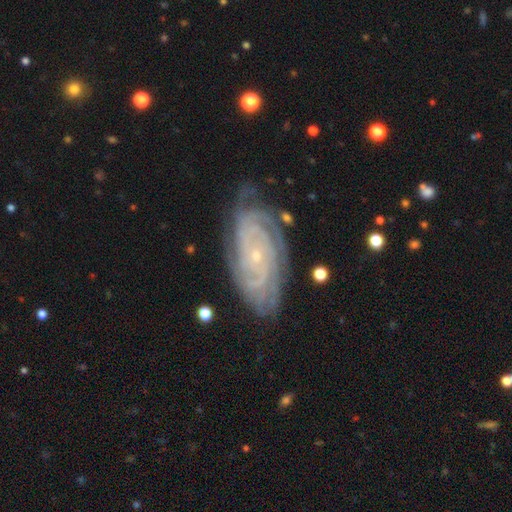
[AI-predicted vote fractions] Smooth or featured? Predicted: featured or disk (p=0.88). Edge-on disk? Predicted: no (p=0.95). Bar? Predicted: no (p=0.78). Spiral arms? Predicted: yes (p=0.98). Spiral winding? Predicted: tight (p=0.81). Spiral arm count? Predicted: 4 (p=0.25). Bulge size? Predicted: small (p=0.85). Merging? Predicted: none (p=0.74).